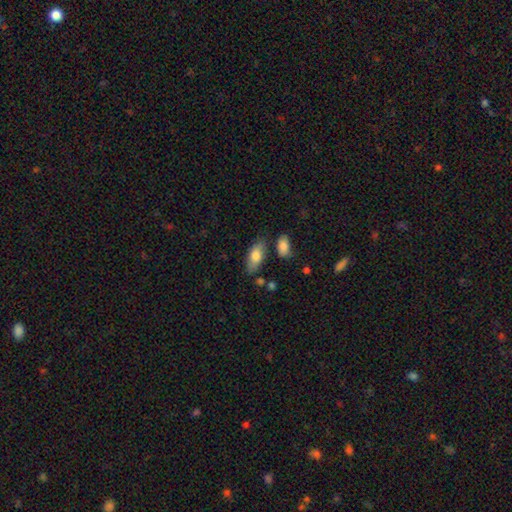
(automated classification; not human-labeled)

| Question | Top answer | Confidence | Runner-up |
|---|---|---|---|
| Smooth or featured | smooth | 77% | featured or disk (17%) |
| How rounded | in between | 85% | cigar-shaped (12%) |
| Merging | none | 75% | minor disturbance (15%) |